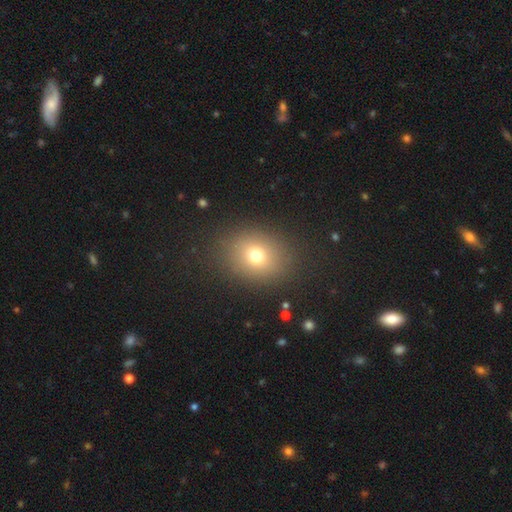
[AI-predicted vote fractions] Overall: smooth (72%). How rounded: round (57%; in between 42%). Merging: none (85%).